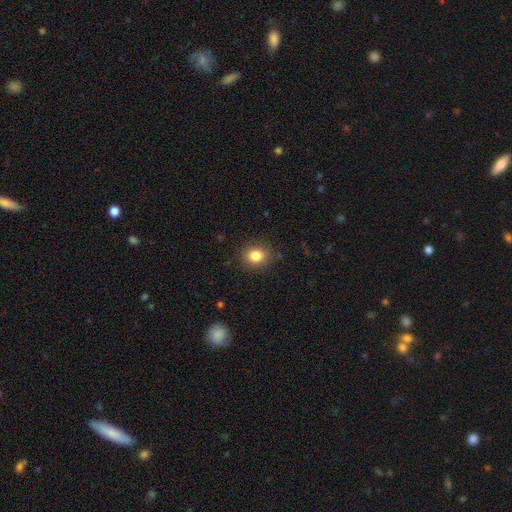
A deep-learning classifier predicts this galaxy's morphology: A smooth galaxy with no disk features (84%) that is round (70%). Merging: none (86%).